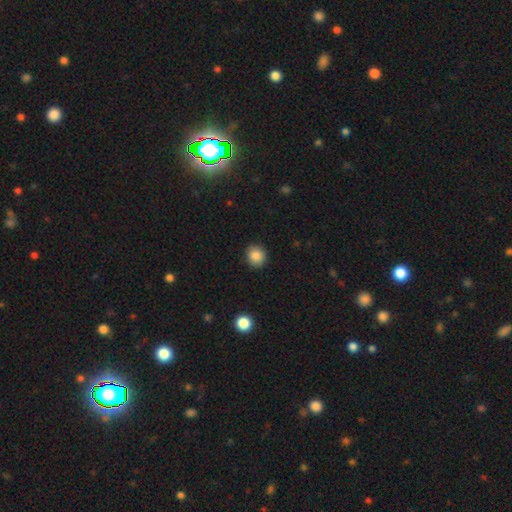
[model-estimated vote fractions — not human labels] Morphology: type=smooth (85%); roundness=round (78%); merging=none (91%).